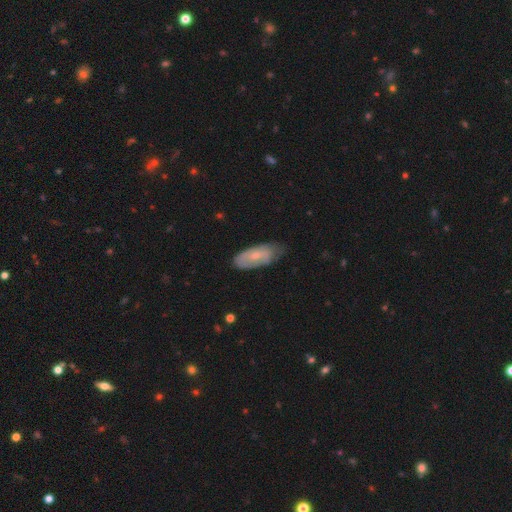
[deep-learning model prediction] smooth_or_featured: smooth (p=0.49) [alt: featured or disk p=0.45]
merging: none (p=0.60) [alt: minor disturbance p=0.31]